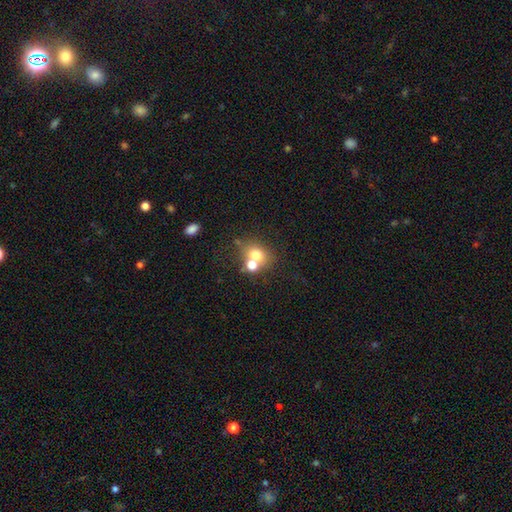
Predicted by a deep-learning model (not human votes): Overall: smooth (70%). How rounded: round (64%; in between 35%). Merging: none (45%; merger 41%).